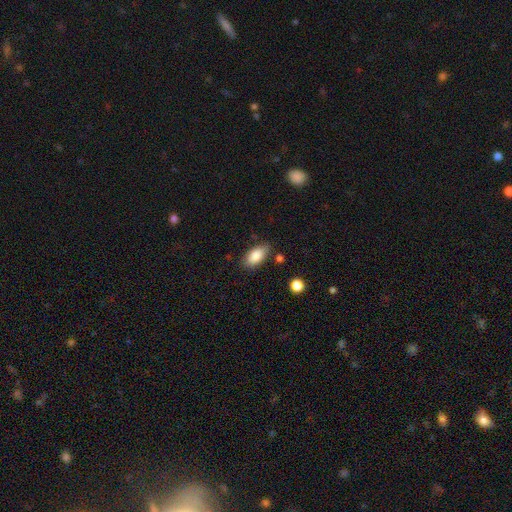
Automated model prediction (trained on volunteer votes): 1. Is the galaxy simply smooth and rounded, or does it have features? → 86% smooth, 7% star or artifact, 7% featured or disk.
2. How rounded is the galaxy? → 92% in between, 5% cigar-shaped, 3% round.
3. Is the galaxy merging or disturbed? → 80% none, 14% minor disturbance, 3% major disturbance, 3% merger.